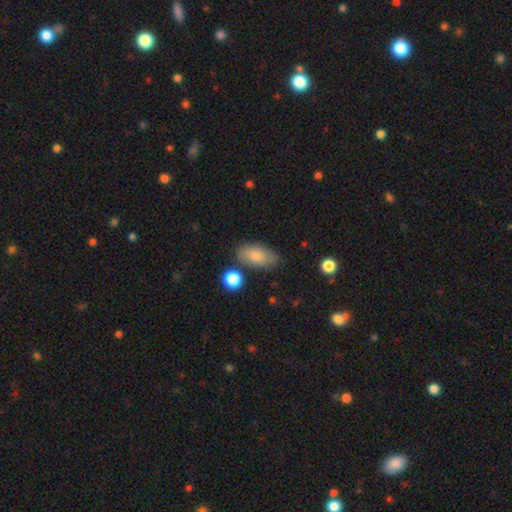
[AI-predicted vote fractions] Q: Smooth or featured?
A: smooth (77%); runner-up: featured or disk (15%)
Q: How rounded?
A: in between (91%); runner-up: round (5%)
Q: Merging?
A: none (75%); runner-up: minor disturbance (16%)